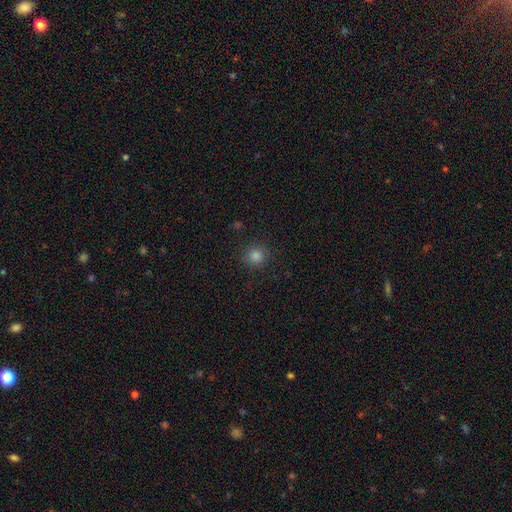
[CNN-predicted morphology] smooth-or-featured: smooth: 81% | star or artifact: 15% | featured or disk: 4%
  how-rounded: round: 94% | in between: 5% | cigar-shaped: 1%
  merging: none: 91% | minor disturbance: 6% | major disturbance: 2% | merger: 1%